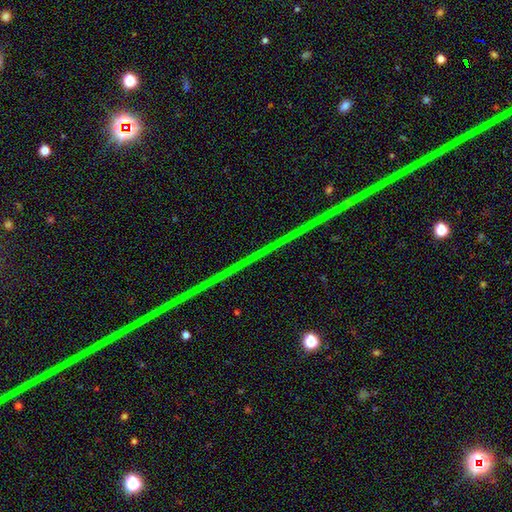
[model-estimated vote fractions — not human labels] A star or artifact, not a galaxy (87%).